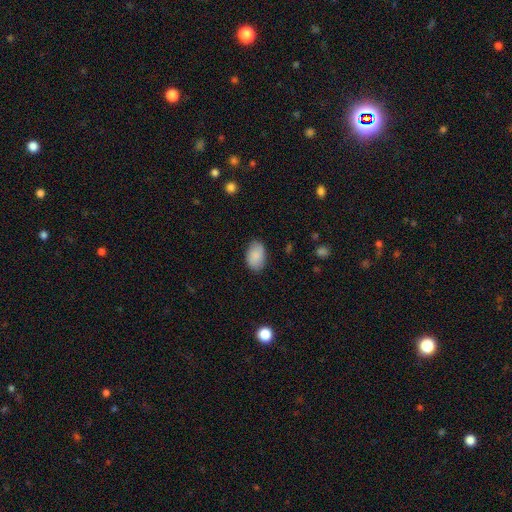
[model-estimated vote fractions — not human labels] A smooth galaxy with no disk features (88%) that is in between round and cigar-shaped (90%).

Vote fractions:
- Smooth or featured? smooth: 88% / star or artifact: 7% / featured or disk: 5%
- How rounded? in between: 90% / round: 9% / cigar-shaped: 1%
- Merging? none: 83% / minor disturbance: 13% / major disturbance: 3% / merger: 1%